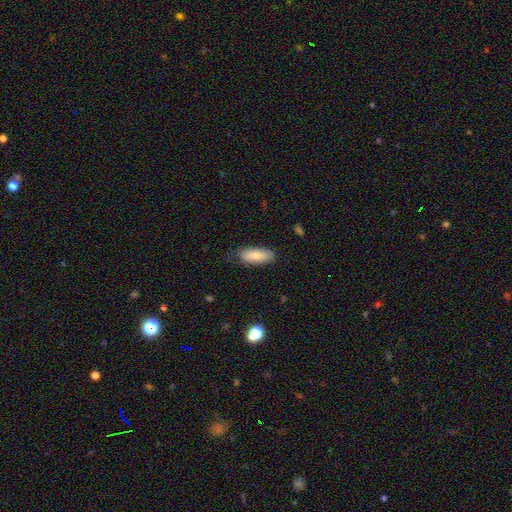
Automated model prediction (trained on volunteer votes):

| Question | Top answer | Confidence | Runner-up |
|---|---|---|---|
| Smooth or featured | smooth | 83% | featured or disk (11%) |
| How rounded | in between | 77% | cigar-shaped (21%) |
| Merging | none | 76% | minor disturbance (20%) |